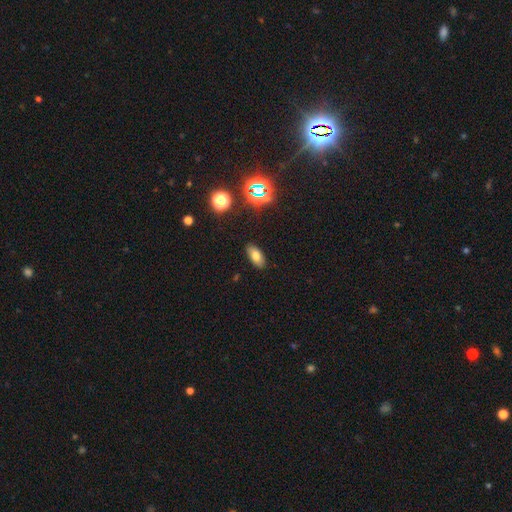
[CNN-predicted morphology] type=smooth (73%); roundness=in between (88%); merging=none (88%).